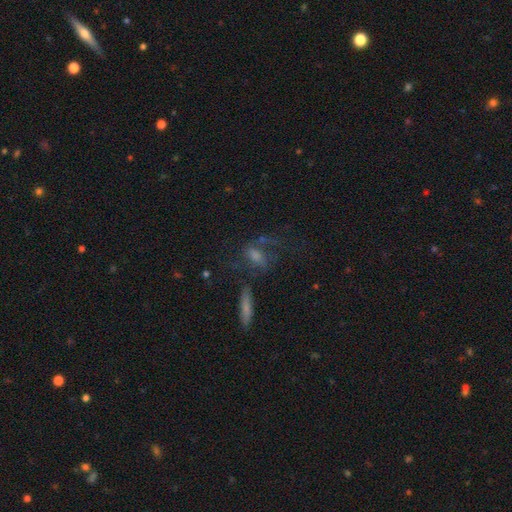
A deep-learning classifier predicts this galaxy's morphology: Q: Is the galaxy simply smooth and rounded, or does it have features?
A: featured or disk — 46%.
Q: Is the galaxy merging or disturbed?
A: none — 49%.